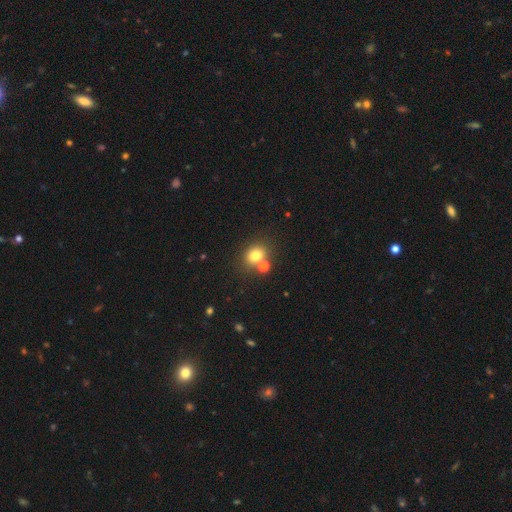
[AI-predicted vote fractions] Overall: smooth (76%). How rounded: round (65%; in between 34%). Merging: none (63%; merger 24%).